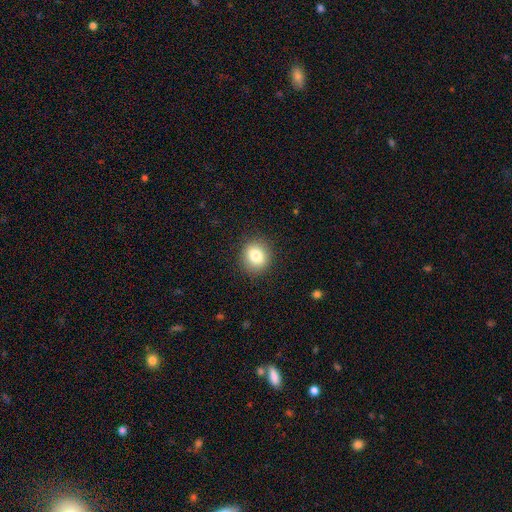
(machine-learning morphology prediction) Smooth or featured? smooth (80%)
How rounded? round (73%)
Merging? none (89%)